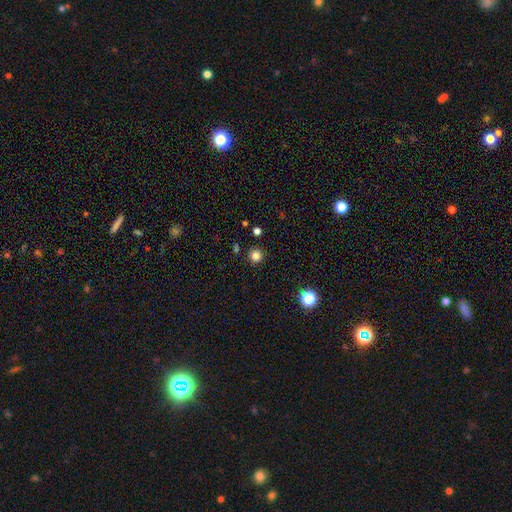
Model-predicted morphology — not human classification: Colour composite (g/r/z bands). It shows a smooth galaxy with no disk features (82%) that is round (95%). Merging: none (91%).